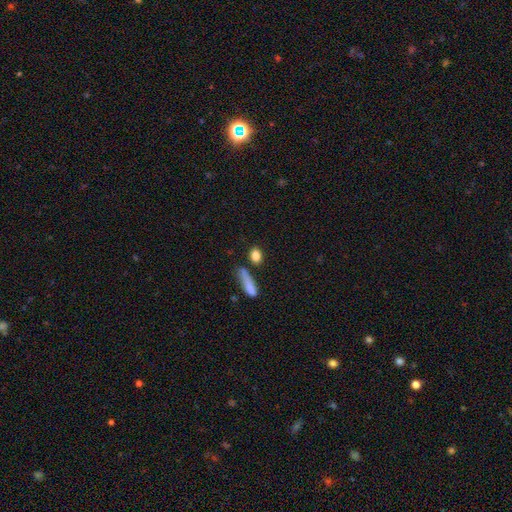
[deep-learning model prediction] smooth_or_featured: smooth (p=0.83) [alt: star or artifact p=0.09]
how_rounded: in between (p=0.57) [alt: round p=0.29]
merging: none (p=0.65) [alt: minor disturbance p=0.15]